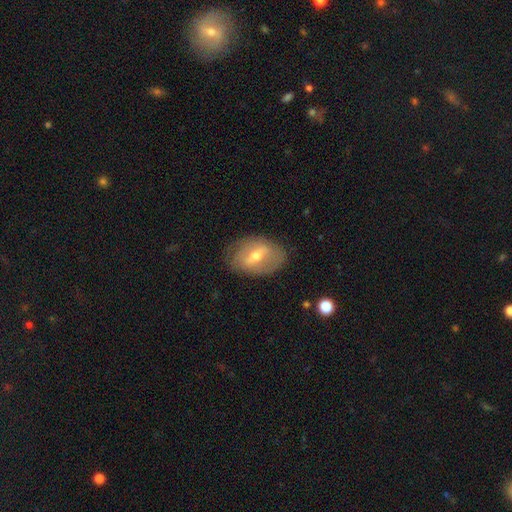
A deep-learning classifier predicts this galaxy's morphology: type=featured or disk (59%); edge-on=no (88%); bar=strong (50%); spiral arms=no (66%); bulge=moderate (60%); merging=none (75%).